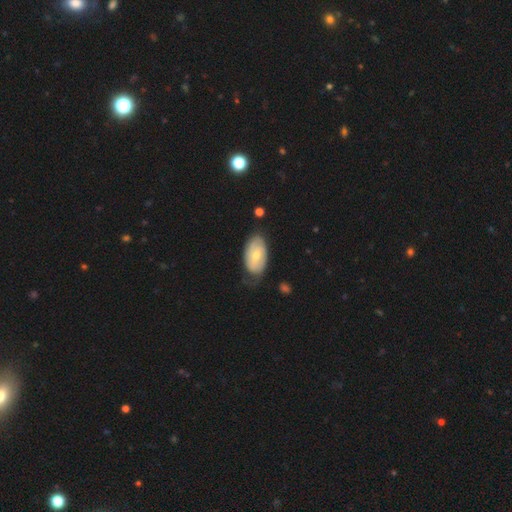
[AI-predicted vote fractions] The model was most divided on "smooth or featured": featured or disk: 51%, smooth: 43%, star or artifact: 5%. More confident: edge-on disk — no (93%); merging — none (60%).